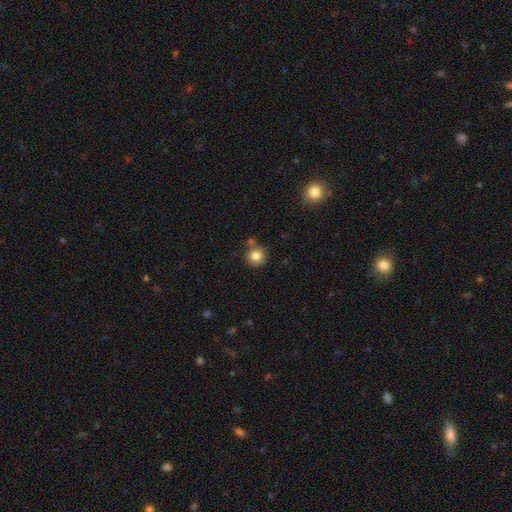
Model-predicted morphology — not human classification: Smooth or featured? smooth (82%)
How rounded? round (92%)
Merging? none (72%)